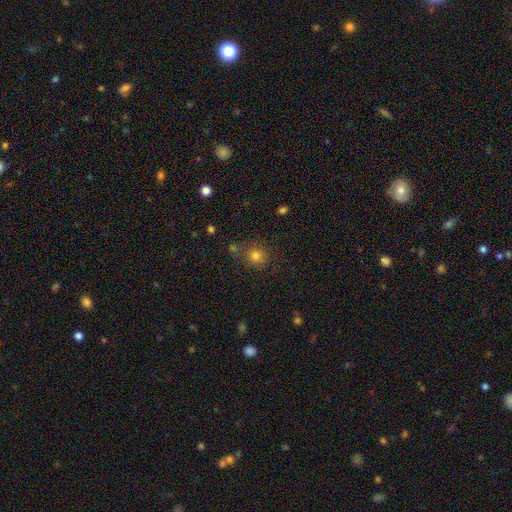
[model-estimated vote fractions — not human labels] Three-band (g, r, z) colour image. It shows a smooth galaxy with no disk features (77%) that is round (84%). Merging: none (71%).